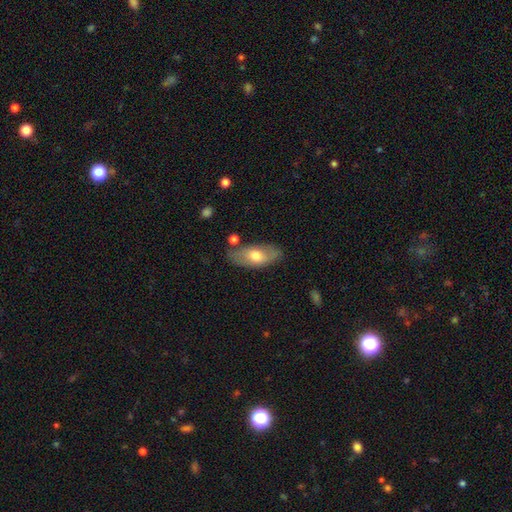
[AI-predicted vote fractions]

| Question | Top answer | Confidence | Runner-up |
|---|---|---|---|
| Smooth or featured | smooth | 65% | featured or disk (29%) |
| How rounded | in between | 89% | cigar-shaped (8%) |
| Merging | none | 75% | minor disturbance (16%) |